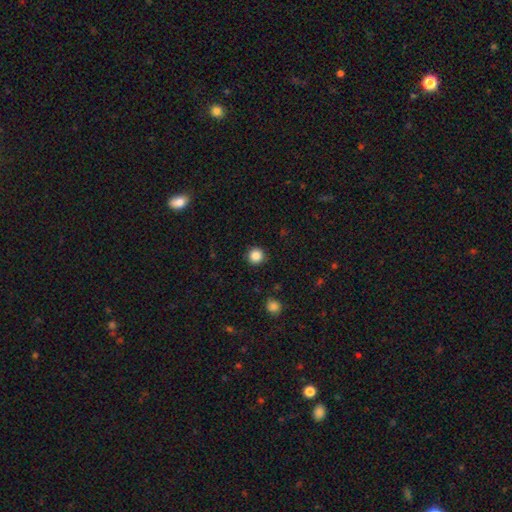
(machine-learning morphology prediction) Overall: smooth (86%). How rounded: round (95%). Merging: none (92%).